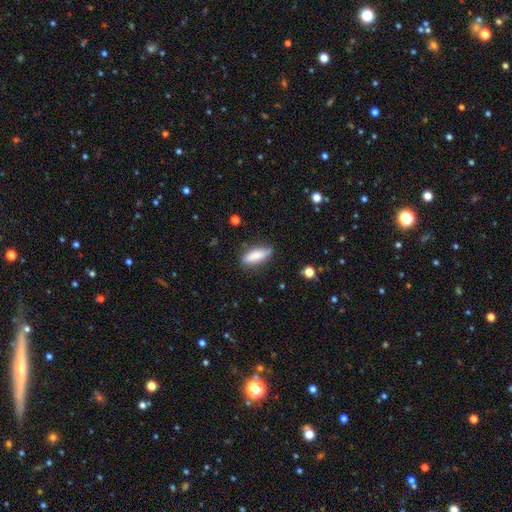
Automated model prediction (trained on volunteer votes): Smooth or featured? smooth (75%)
How rounded? in between (59%)
Merging? none (77%)